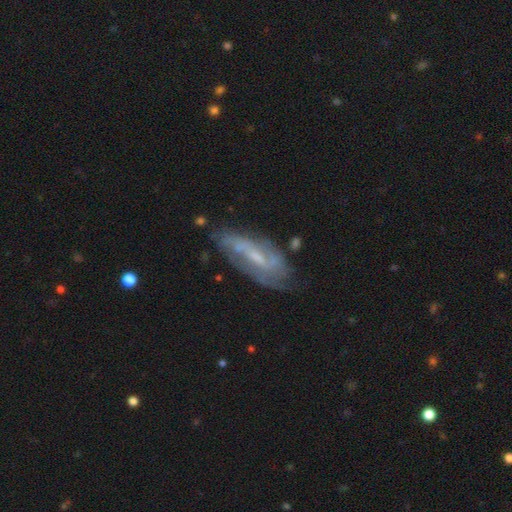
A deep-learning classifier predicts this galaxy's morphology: This is likely a featured or disk galaxy (74%). It is clearly not viewed edge-on (83%). Bar: possibly weak (47%). Spiral arm pattern: clearly yes (84%). Spiral arm count: marginally 2 (44%). Spiral winding: marginally medium (40%). Central bulge: possibly small (57%). Merging: likely none (67%).